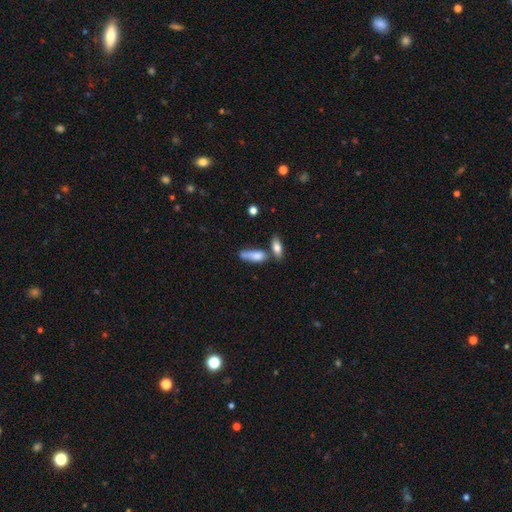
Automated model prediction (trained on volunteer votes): The model was most divided on "merging": none: 38%, merger: 34%, minor disturbance: 19%, major disturbance: 9%. More confident: smooth or featured — smooth (75%); how rounded — in between (61%).